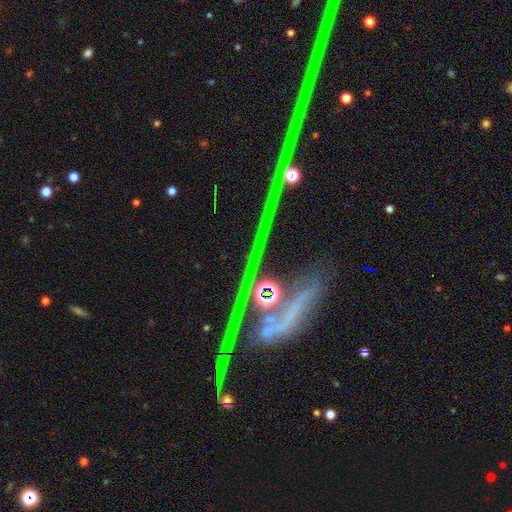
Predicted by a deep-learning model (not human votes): Smooth or featured? Predicted: featured or disk (p=0.51). Edge-on disk? Predicted: no (p=0.63). Merging? Predicted: none (p=0.46).